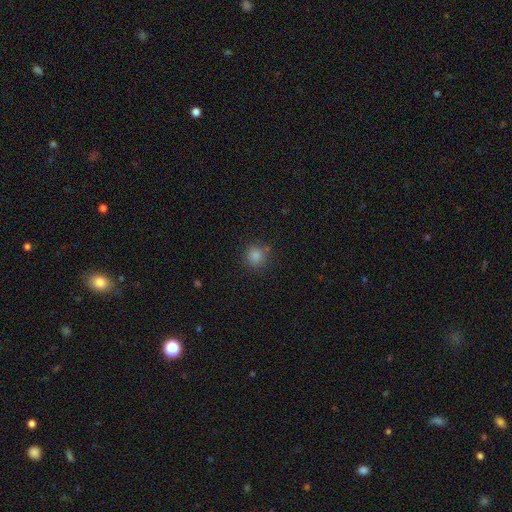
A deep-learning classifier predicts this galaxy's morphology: Smooth or featured: smooth — 83% (star or artifact — 13%)
How rounded: round — 91% (in between — 8%)
Merging: none — 81% (minor disturbance — 11%)